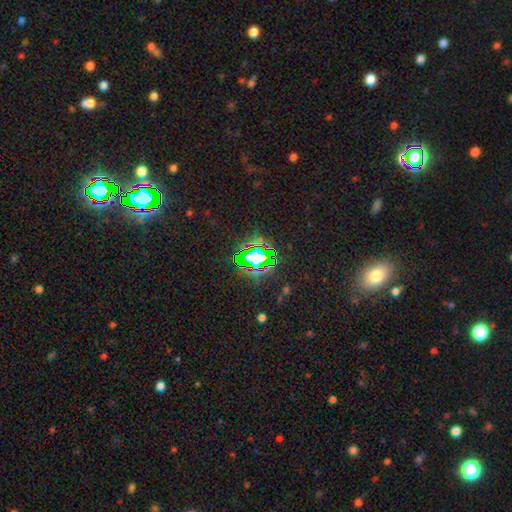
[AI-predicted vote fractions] A star or artifact, not a galaxy (72%).

Vote fractions:
- Smooth or featured? star or artifact: 72% / smooth: 16% / featured or disk: 12%